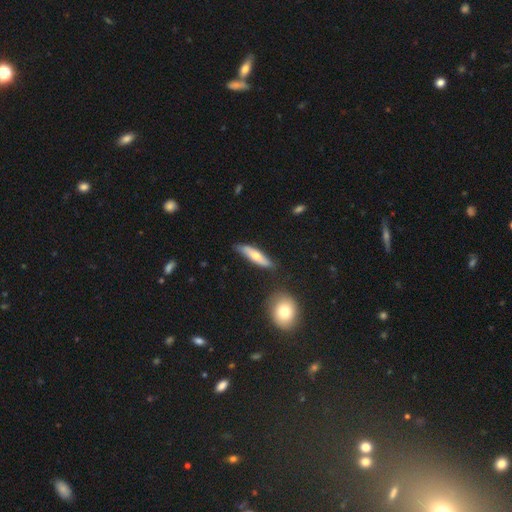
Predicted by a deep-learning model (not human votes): Overall: smooth (56%; featured or disk 38%). How rounded: cigar-shaped (72%). Merging: none (76%).